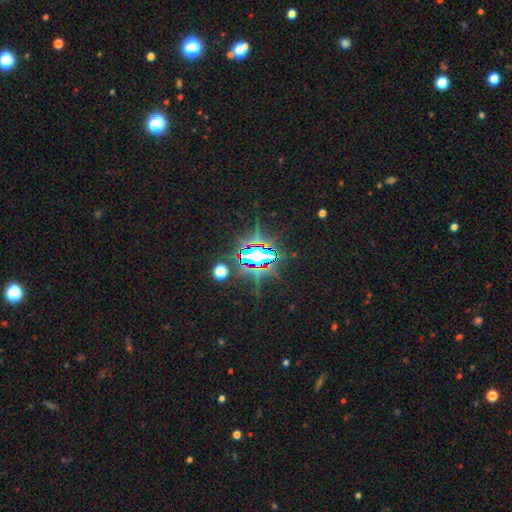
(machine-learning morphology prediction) star or artifact 75%, featured or disk 13%, smooth 13%.